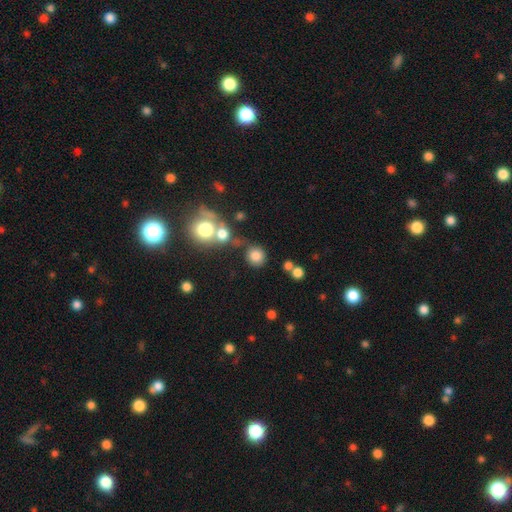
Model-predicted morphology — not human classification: Overall: smooth (80%). How rounded: round (88%). Merging: none (65%).